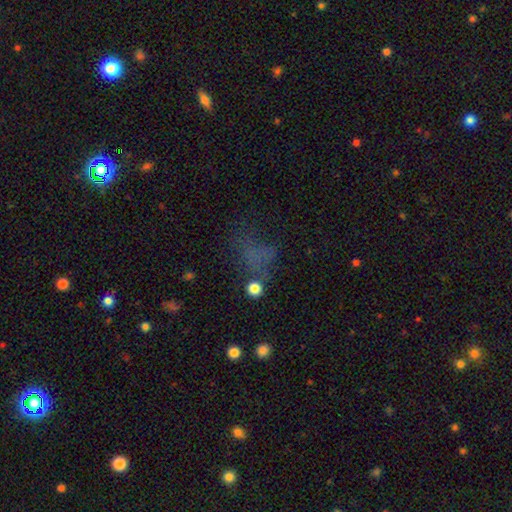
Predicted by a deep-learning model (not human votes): Smooth or featured: smooth — 47% (star or artifact — 32%)
Merging: none — 43% (major disturbance — 31%)